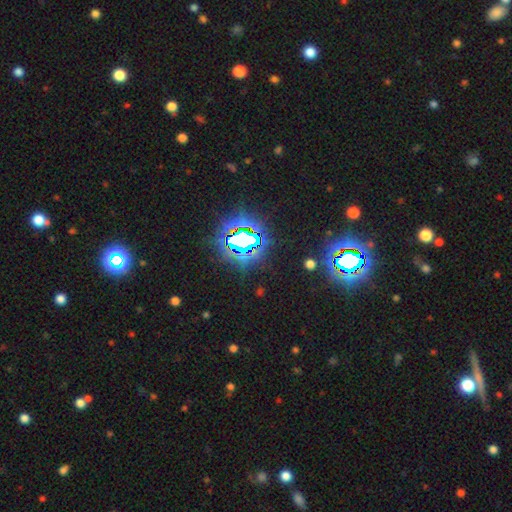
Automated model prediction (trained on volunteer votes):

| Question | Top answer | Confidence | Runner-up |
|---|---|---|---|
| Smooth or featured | star or artifact | 84% | smooth (9%) |